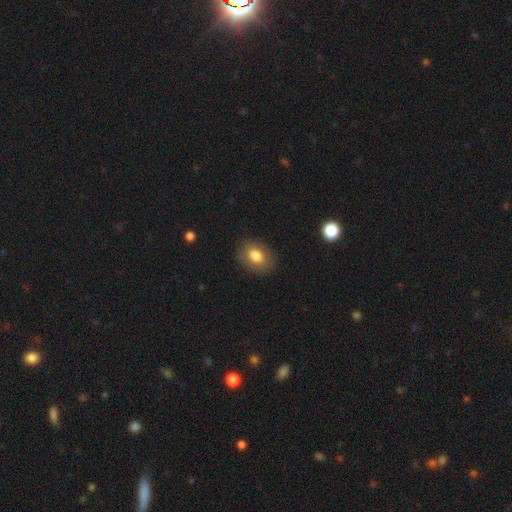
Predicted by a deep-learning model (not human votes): smooth 80%, featured or disk 11%, star or artifact 8%. Down the decision tree: how rounded — in between (67%); merging — none (86%).